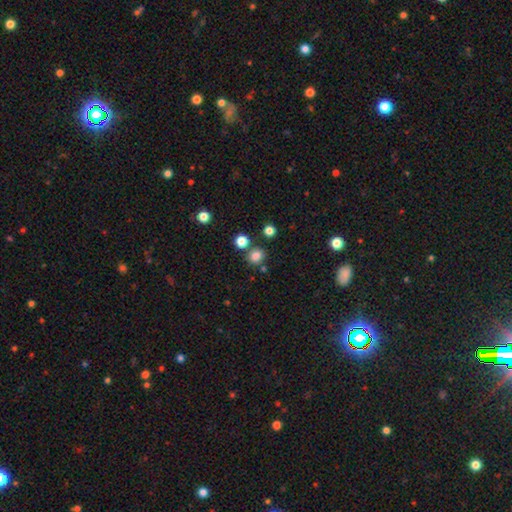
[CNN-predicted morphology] The model was most divided on "how rounded": round: 76%, in between: 23%, cigar-shaped: 1%. More confident: smooth or featured — smooth (81%); merging — none (76%).